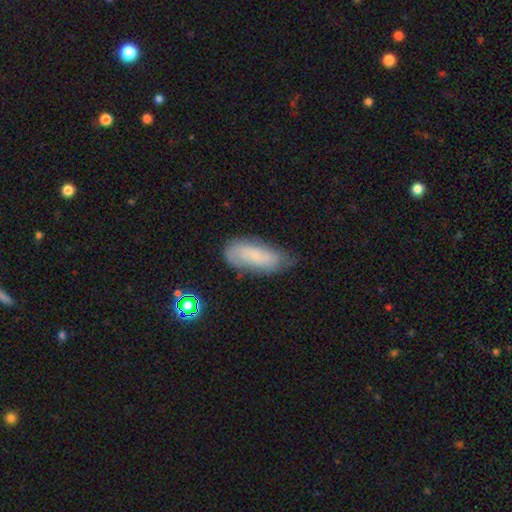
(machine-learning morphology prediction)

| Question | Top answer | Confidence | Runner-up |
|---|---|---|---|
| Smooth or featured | smooth | 67% | featured or disk (24%) |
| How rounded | in between | 80% | cigar-shaped (18%) |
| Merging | none | 54% | minor disturbance (33%) |